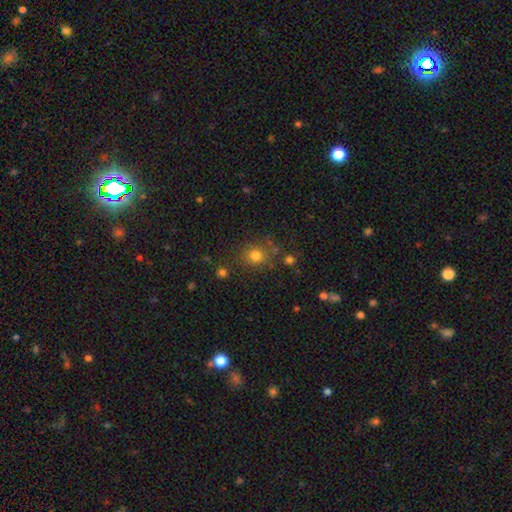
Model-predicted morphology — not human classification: This is likely a smooth galaxy (77%). How rounded: clearly round (84%). Merging: likely none (76%).